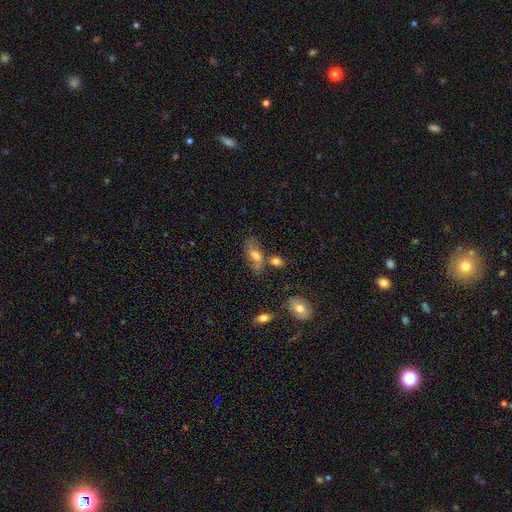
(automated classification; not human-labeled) Morphology: type=smooth (48%); merging=none (52%).